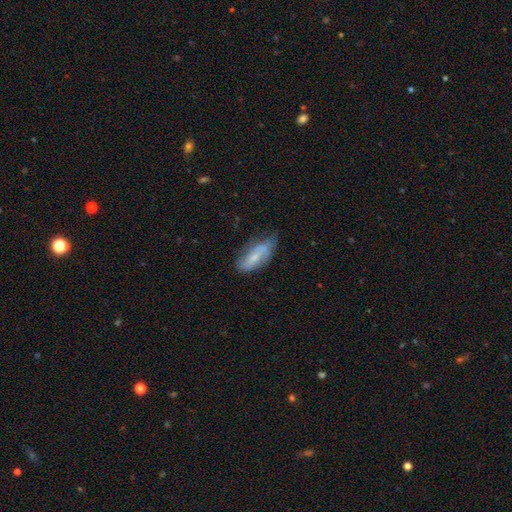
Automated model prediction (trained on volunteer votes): A smooth galaxy with no disk features (51%) that is in between round and cigar-shaped (74%). Merging: none (51%).